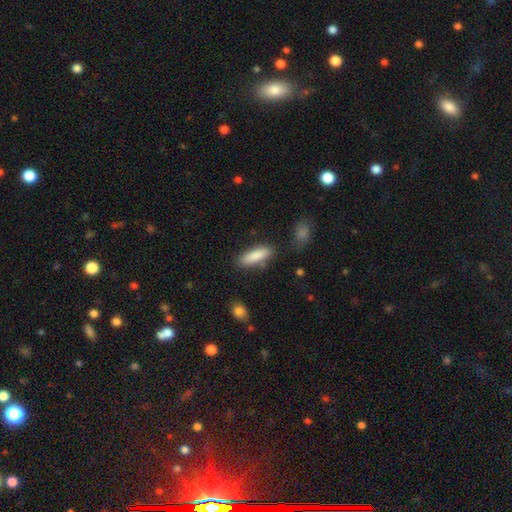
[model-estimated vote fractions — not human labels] smooth-or-featured: smooth: 86% | featured or disk: 8% | star or artifact: 6%
  how-rounded: in between: 57% | cigar-shaped: 41% | round: 2%
  merging: none: 78% | minor disturbance: 13% | merger: 5% | major disturbance: 4%